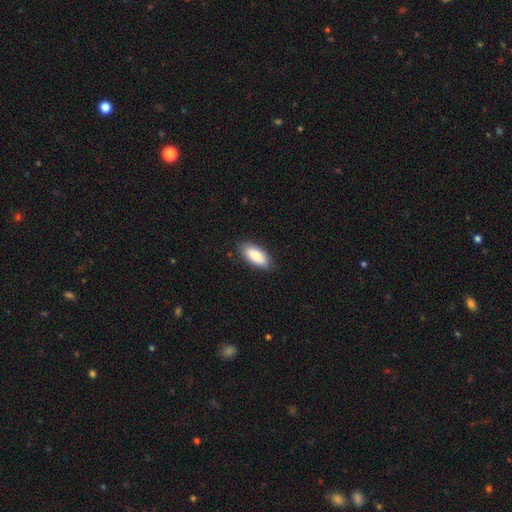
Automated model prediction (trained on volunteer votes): Smooth or featured?
  - smooth: 88% *
  - featured or disk: 7%
  - star or artifact: 6%
How rounded?
  - in between: 88% *
  - cigar-shaped: 10%
  - round: 2%
Merging?
  - none: 85% *
  - minor disturbance: 12%
  - major disturbance: 2%
  - merger: 1%